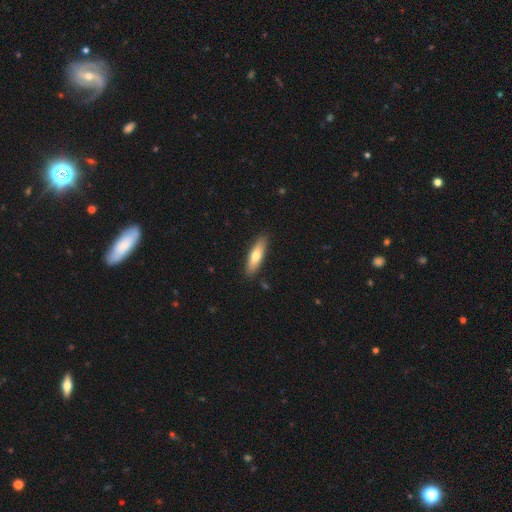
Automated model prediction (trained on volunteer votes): Smooth or featured? smooth (68%)
How rounded? cigar-shaped (59%)
Merging? none (88%)